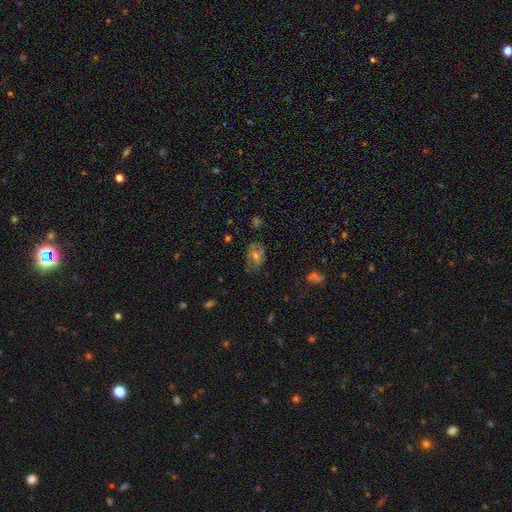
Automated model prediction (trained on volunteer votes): smooth-or-featured: smooth: 43% | featured or disk: 37% | star or artifact: 20%
  merging: none: 69% | minor disturbance: 20% | major disturbance: 9% | merger: 2%